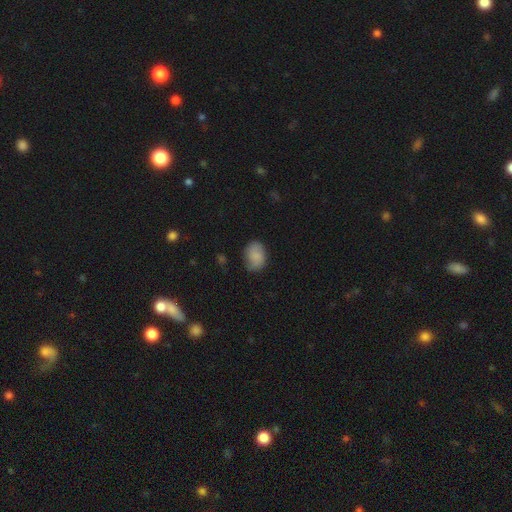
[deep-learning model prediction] smooth 80%, featured or disk 12%, star or artifact 8%. Down the decision tree: how rounded — in between (75%); merging — none (74%).